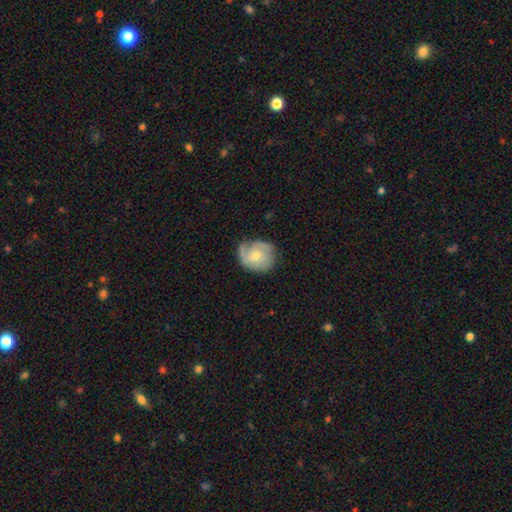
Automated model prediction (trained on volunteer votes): Q: Smooth or featured?
A: featured or disk (67%); runner-up: smooth (27%)
Q: Edge-on disk?
A: no (98%); runner-up: yes (2%)
Q: Bar?
A: no (63%); runner-up: weak (32%)
Q: Spiral arms?
A: yes (89%); runner-up: no (11%)
Q: Spiral winding?
A: tight (46%); runner-up: medium (39%)
Q: Spiral arm count?
A: 2 (34%); runner-up: can't tell (26%)
Q: Bulge size?
A: moderate (48%); runner-up: small (47%)
Q: Merging?
A: none (61%); runner-up: minor disturbance (27%)